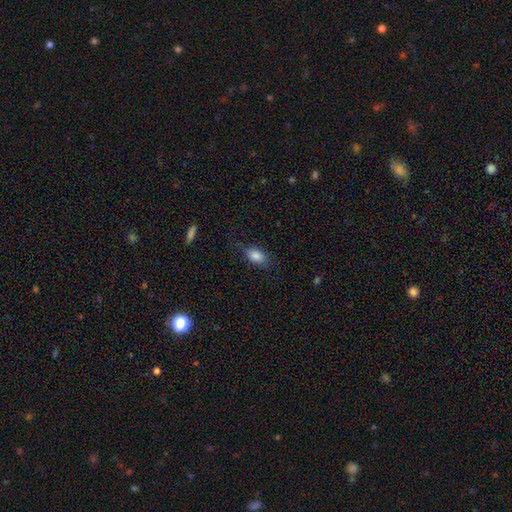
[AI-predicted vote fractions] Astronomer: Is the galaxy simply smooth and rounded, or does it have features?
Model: smooth — 85%.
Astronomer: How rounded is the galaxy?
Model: in between — 88%.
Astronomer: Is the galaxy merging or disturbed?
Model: none — 73%.